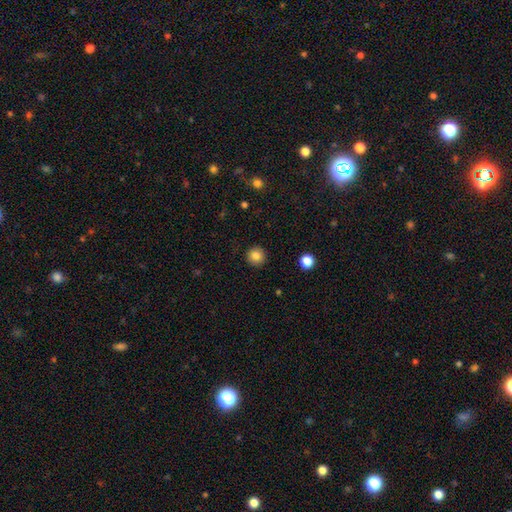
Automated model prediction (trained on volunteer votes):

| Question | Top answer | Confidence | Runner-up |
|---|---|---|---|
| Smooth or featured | smooth | 84% | star or artifact (10%) |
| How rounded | round | 95% | in between (4%) |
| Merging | none | 92% | minor disturbance (5%) |